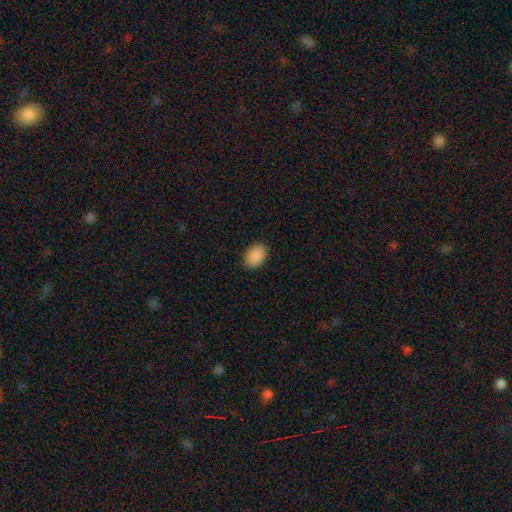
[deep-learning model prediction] A smooth galaxy with no disk features (90%) that is in between round and cigar-shaped (74%). Merging: none (89%).